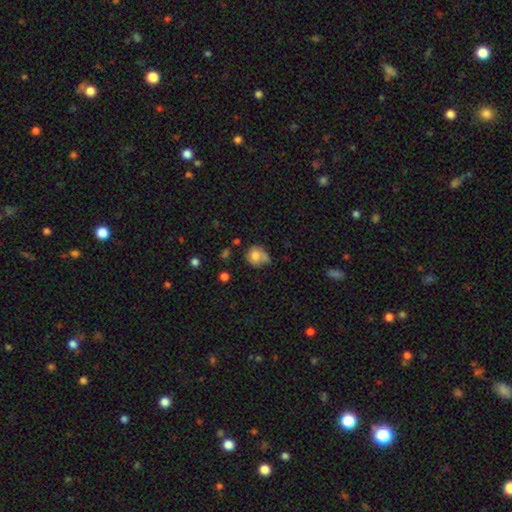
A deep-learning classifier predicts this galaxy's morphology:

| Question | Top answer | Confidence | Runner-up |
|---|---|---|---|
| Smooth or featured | smooth | 72% | featured or disk (18%) |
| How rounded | round | 71% | in between (28%) |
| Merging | none | 42% | minor disturbance (29%) |